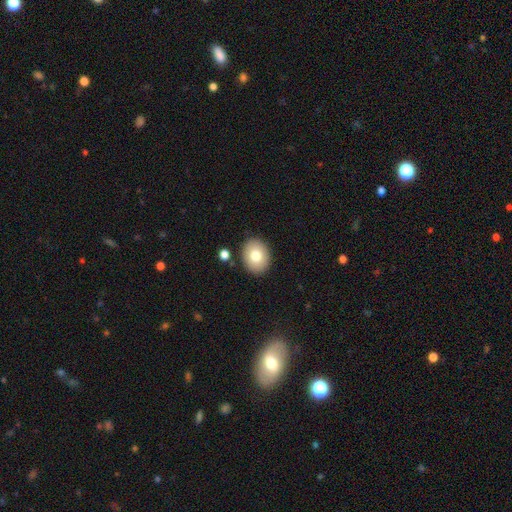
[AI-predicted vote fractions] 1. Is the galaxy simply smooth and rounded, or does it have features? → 78% smooth, 14% featured or disk, 8% star or artifact.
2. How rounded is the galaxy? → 54% in between, 45% round, 1% cigar-shaped.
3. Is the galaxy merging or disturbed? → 87% none, 8% minor disturbance, 3% merger, 2% major disturbance.